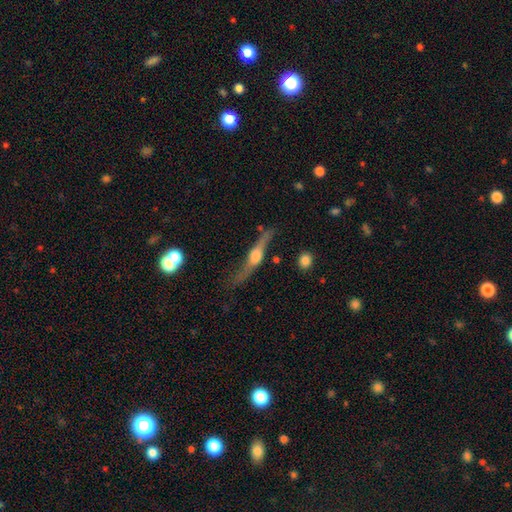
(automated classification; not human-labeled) Q: Smooth or featured?
A: featured or disk (78%); runner-up: smooth (15%)
Q: Edge-on disk?
A: yes (90%); runner-up: no (10%)
Q: Edge-on bulge?
A: rounded (89%); runner-up: boxy (8%)
Q: Merging?
A: none (68%); runner-up: minor disturbance (19%)